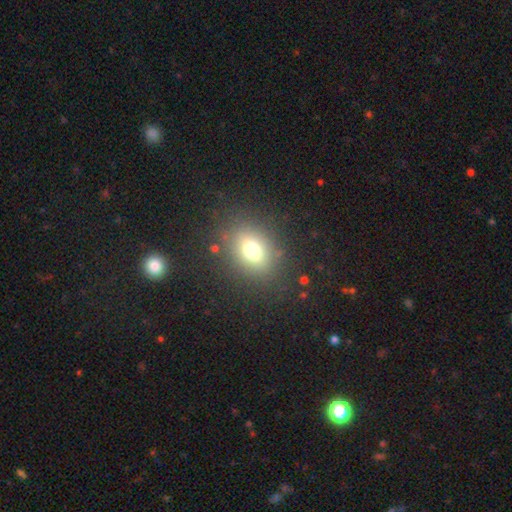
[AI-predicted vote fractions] A smooth galaxy with no disk features (71%) that is in between round and cigar-shaped (60%).

Vote fractions:
- Smooth or featured? smooth: 71% / star or artifact: 15% / featured or disk: 14%
- How rounded? in between: 60% / round: 37% / cigar-shaped: 2%
- Merging? none: 83% / minor disturbance: 10% / major disturbance: 5% / merger: 2%